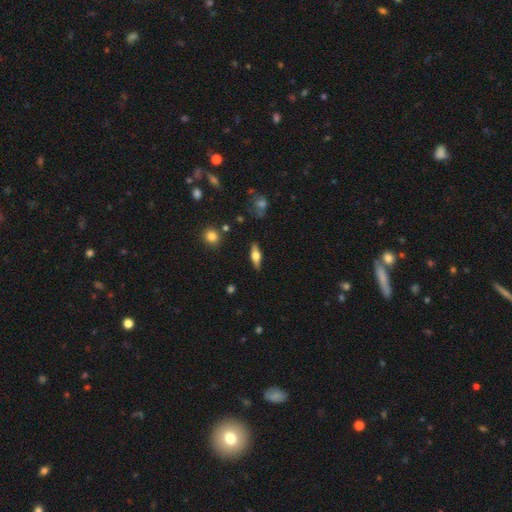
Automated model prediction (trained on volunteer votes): The model was most divided on "smooth or featured": featured or disk: 55%, smooth: 38%, star or artifact: 7%. More confident: edge-on disk — yes (93%); edge-on bulge — rounded (93%); merging — none (87%).